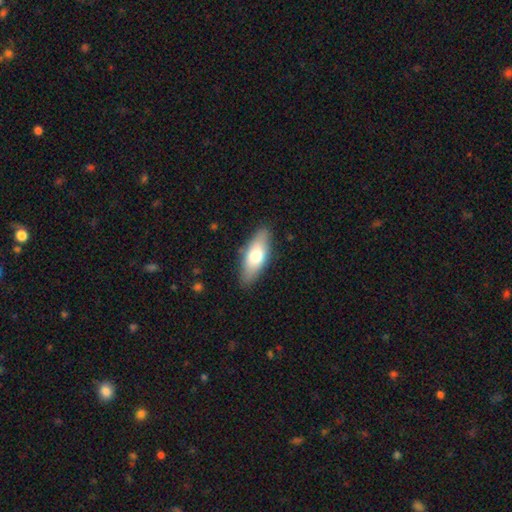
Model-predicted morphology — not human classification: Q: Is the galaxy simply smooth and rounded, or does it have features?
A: smooth — 69%.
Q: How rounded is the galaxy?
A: in between — 72%.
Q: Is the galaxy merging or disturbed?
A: none — 85%.